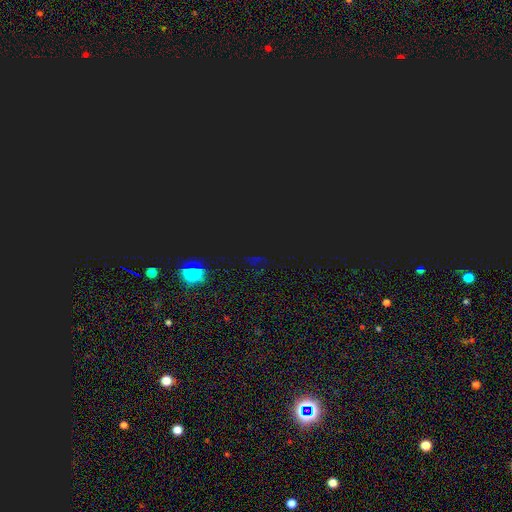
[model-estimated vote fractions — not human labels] Smooth or featured? Predicted: star or artifact (p=0.82).